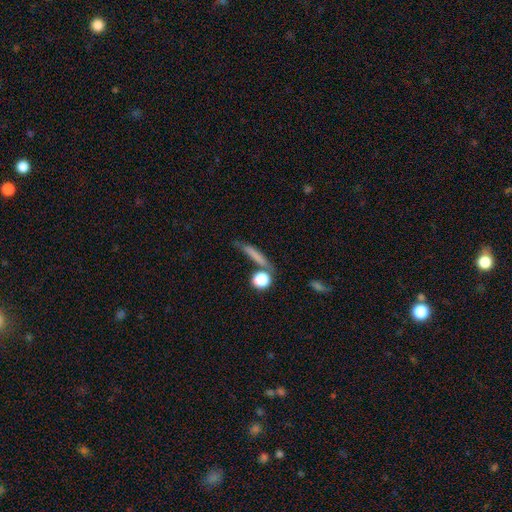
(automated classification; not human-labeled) smooth 71%, featured or disk 18%, star or artifact 11%. Down the decision tree: how rounded — cigar-shaped (71%); merging — none (63%).